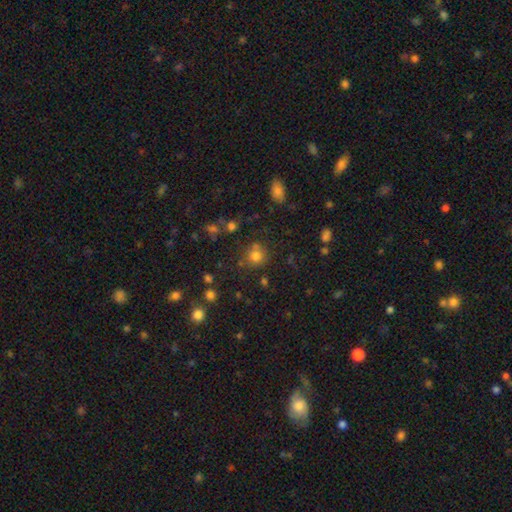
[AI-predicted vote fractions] Smooth or featured?
  - smooth: 76% *
  - star or artifact: 17%
  - featured or disk: 8%
How rounded?
  - round: 88% *
  - in between: 12%
  - cigar-shaped: 1%
Merging?
  - none: 72% *
  - minor disturbance: 12%
  - merger: 11%
  - major disturbance: 4%